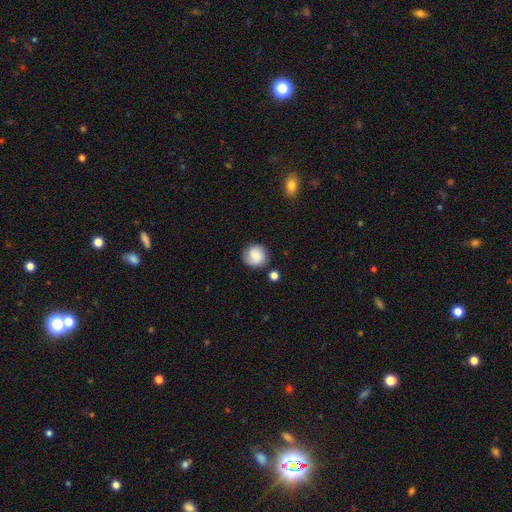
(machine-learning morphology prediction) Smooth or featured: smooth — 61% (featured or disk — 30%)
How rounded: round — 89% (in between — 10%)
Merging: none — 77% (minor disturbance — 14%)